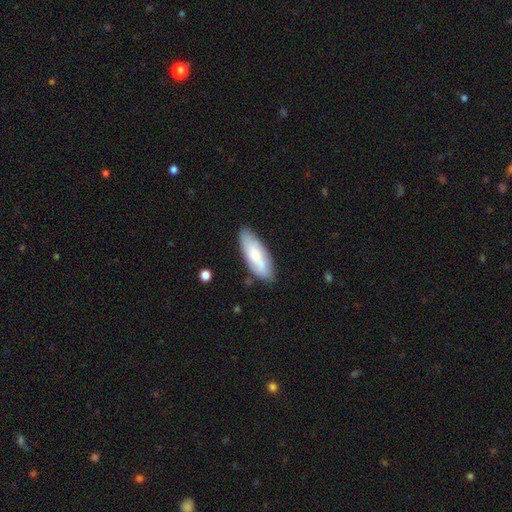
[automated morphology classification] Smooth or featured?
  - smooth: 65% *
  - featured or disk: 29%
  - star or artifact: 6%
How rounded?
  - in between: 70% *
  - cigar-shaped: 28%
  - round: 2%
Merging?
  - none: 75% *
  - minor disturbance: 18%
  - major disturbance: 4%
  - merger: 3%